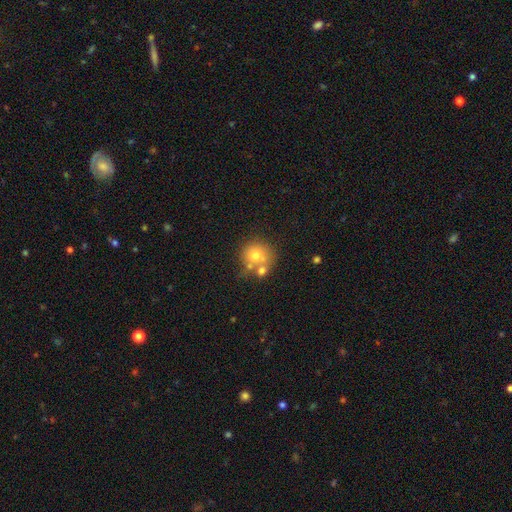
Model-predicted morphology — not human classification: type=smooth (70%); roundness=round (85%); merging=none (48%).